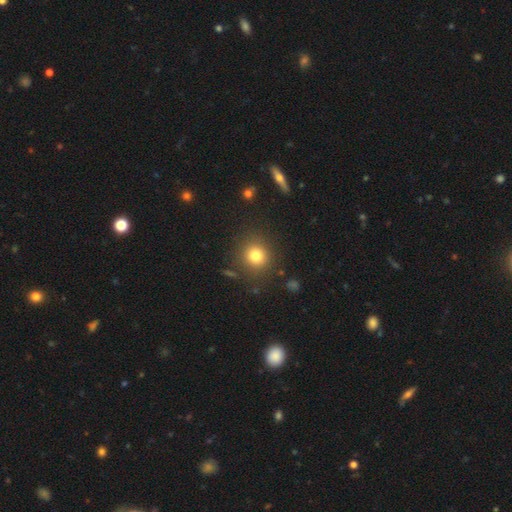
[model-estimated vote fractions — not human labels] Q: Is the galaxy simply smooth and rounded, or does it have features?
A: smooth — 80%.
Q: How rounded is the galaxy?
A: round — 90%.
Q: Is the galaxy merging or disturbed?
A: none — 87%.